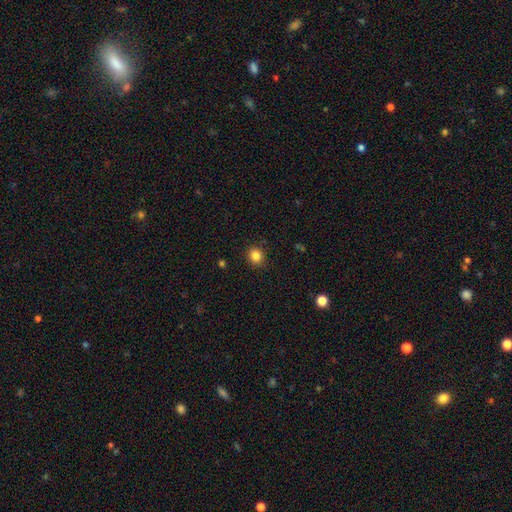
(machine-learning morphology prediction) The model was most divided on "how rounded": round: 80%, in between: 19%, cigar-shaped: 1%. More confident: merging — none (90%); smooth or featured — smooth (83%).